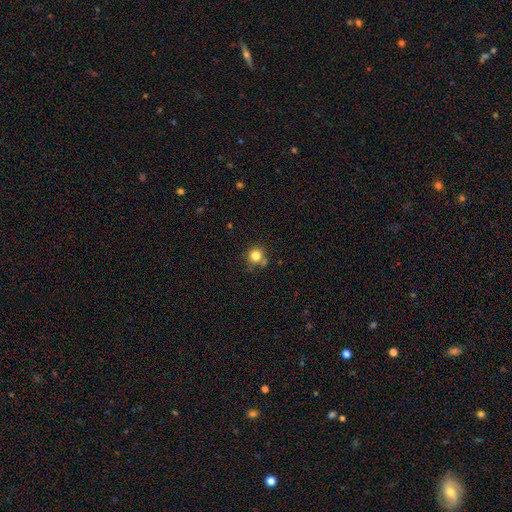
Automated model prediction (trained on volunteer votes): Smooth or featured? smooth (81%)
How rounded? round (91%)
Merging? none (72%)